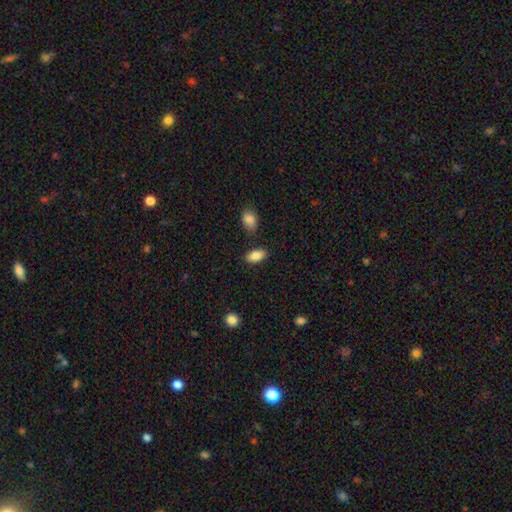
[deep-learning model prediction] Morphology: type=smooth (87%); roundness=in between (91%); merging=none (84%).